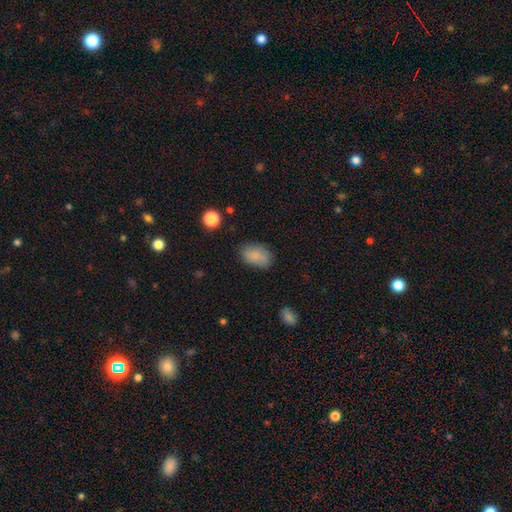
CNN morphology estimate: This appears to be a smooth galaxy with no disk features (82%) that is in between round and cigar-shaped (88%). Merging: none (76%).